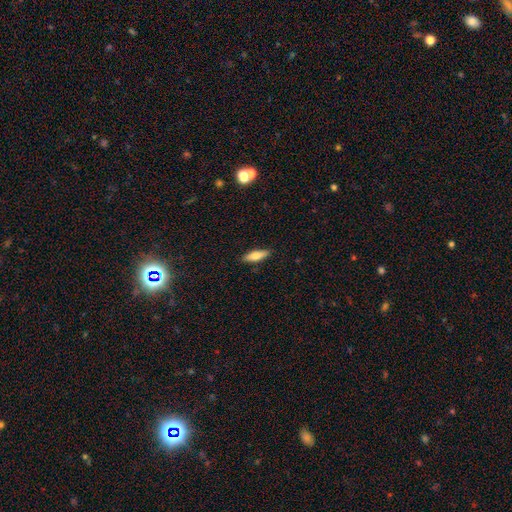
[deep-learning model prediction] Smooth or featured: smooth — 68% (featured or disk — 26%)
How rounded: cigar-shaped — 52% (in between — 46%)
Merging: none — 89% (minor disturbance — 8%)